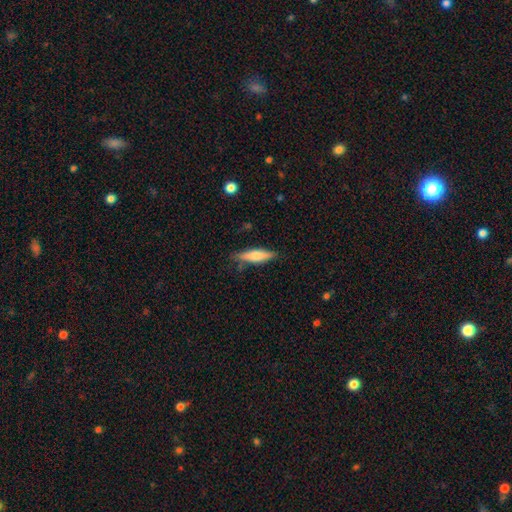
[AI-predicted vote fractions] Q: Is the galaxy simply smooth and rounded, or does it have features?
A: smooth — 68%.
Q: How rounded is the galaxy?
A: cigar-shaped — 70%.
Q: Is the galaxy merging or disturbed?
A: none — 77%.